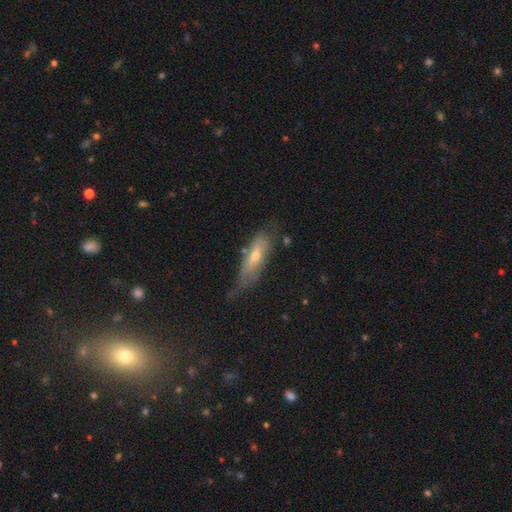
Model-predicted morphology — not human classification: This is possibly a featured or disk galaxy (47%). Merging: possibly none (49%).